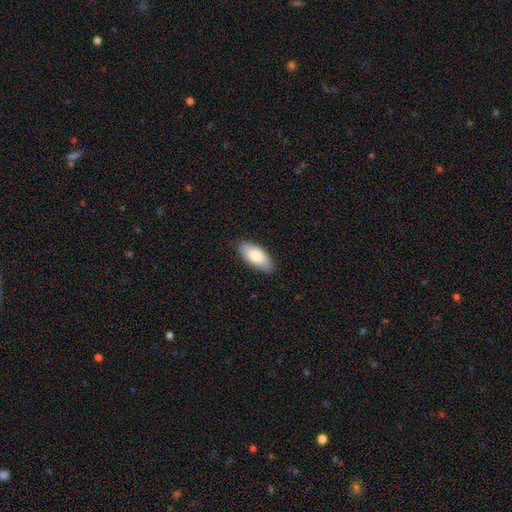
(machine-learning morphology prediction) Q: Smooth or featured?
A: smooth (78%); runner-up: featured or disk (16%)
Q: How rounded?
A: in between (89%); runner-up: cigar-shaped (9%)
Q: Merging?
A: none (85%); runner-up: minor disturbance (12%)